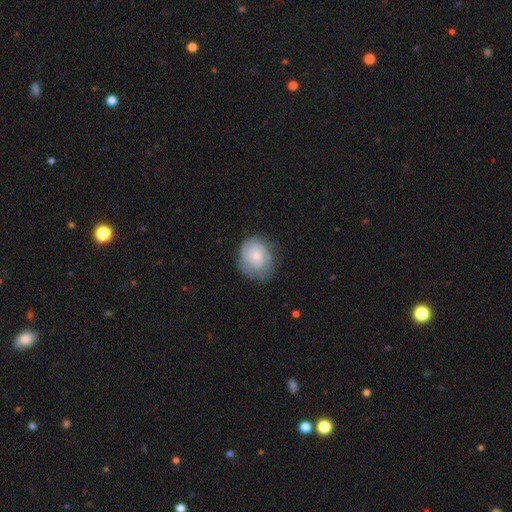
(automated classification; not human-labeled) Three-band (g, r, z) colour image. It shows a featured or disk galaxy (52%) with no bar (80%), spiral arms (81%) and a small central bulge (62%). Merging: none (66%).